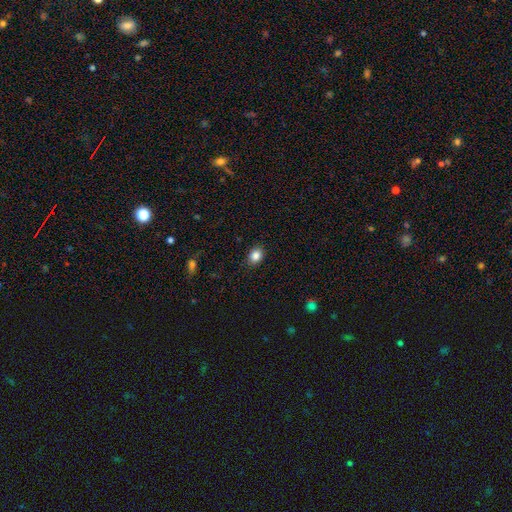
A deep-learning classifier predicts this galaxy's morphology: Smooth or featured: smooth — 85% (star or artifact — 10%)
How rounded: in between — 51% (round — 48%)
Merging: none — 88% (minor disturbance — 9%)